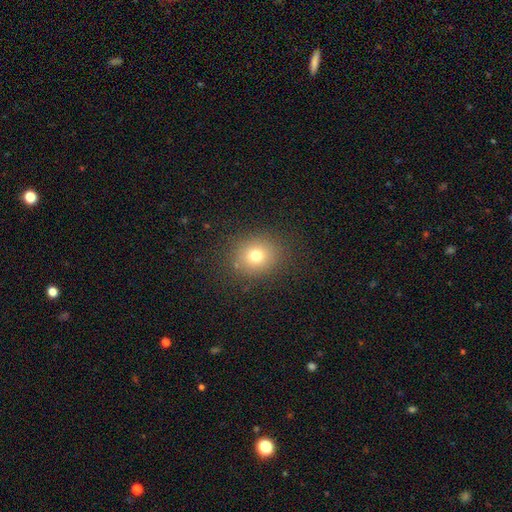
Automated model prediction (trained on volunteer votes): This is likely a smooth galaxy (74%). How rounded: likely round (76%). Merging: clearly none (86%).